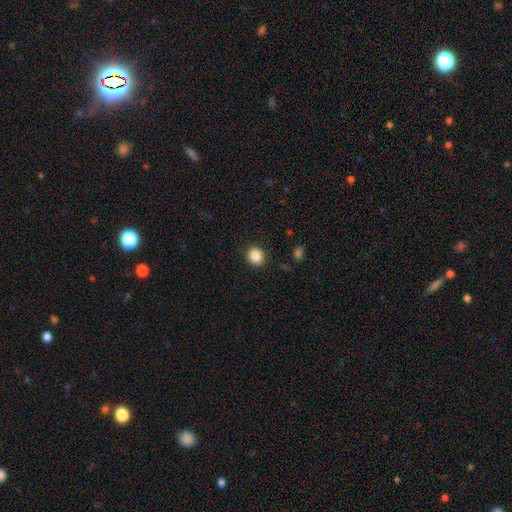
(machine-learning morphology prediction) Overall: smooth (87%). How rounded: round (76%). Merging: none (90%).